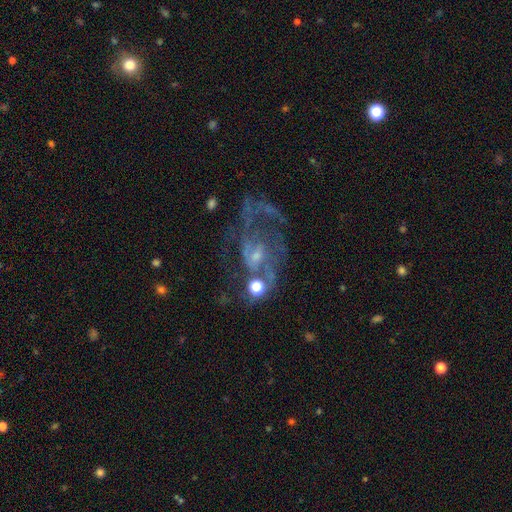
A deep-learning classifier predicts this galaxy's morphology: type=featured or disk (76%); edge-on=no (97%); bar=no (50%); spiral arms=yes (77%); winding=medium (44%); arm count=2 (43%); bulge=small (58%); merging=major disturbance (36%).